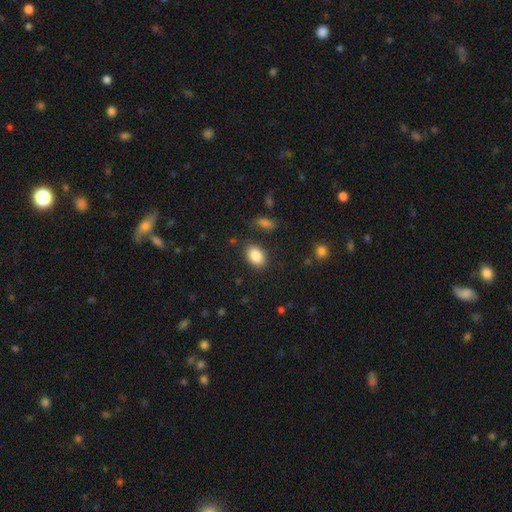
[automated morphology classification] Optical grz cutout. It shows a smooth galaxy with no disk features (86%) that is in between round and cigar-shaped (86%). Merging: none (83%).